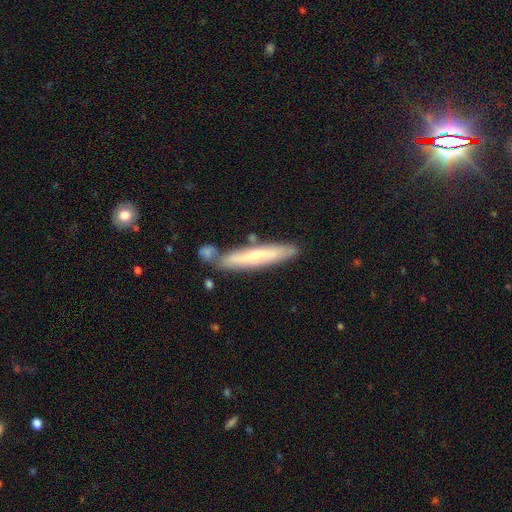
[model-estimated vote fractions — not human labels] This is possibly a featured or disk galaxy (50%). It is clearly viewed edge-on (84%). Merging: likely none (79%).